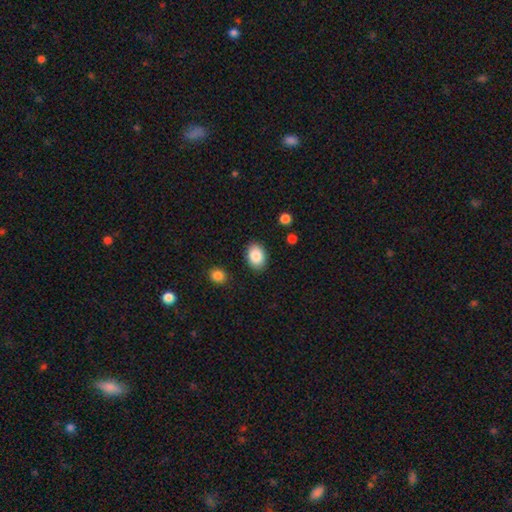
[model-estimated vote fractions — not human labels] The model was most divided on "how rounded": in between: 78%, round: 21%, cigar-shaped: 1%. More confident: merging — none (87%); smooth or featured — smooth (87%).